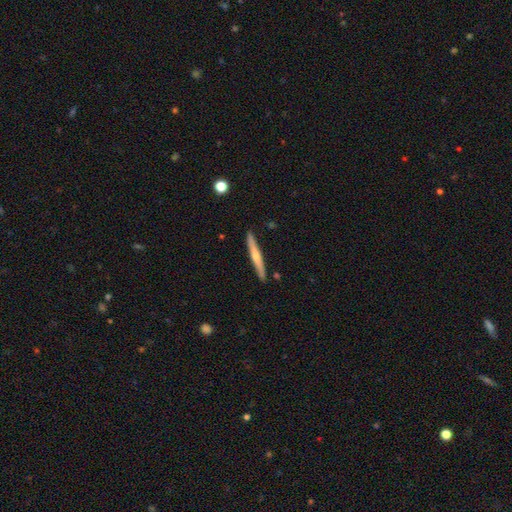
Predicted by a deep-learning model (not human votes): Smooth or featured? Predicted: featured or disk (p=0.59). Edge-on disk? Predicted: yes (p=0.97). Edge-on bulge? Predicted: rounded (p=0.74). Merging? Predicted: none (p=0.90).